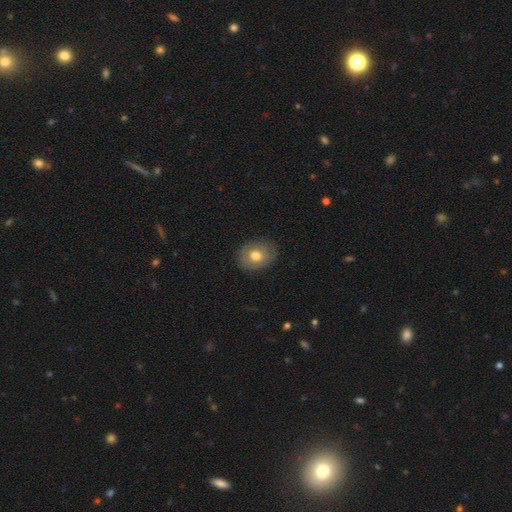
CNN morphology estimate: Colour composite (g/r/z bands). It shows a smooth galaxy with no disk features (65%) that is in between round and cigar-shaped (52%). Merging: none (80%).